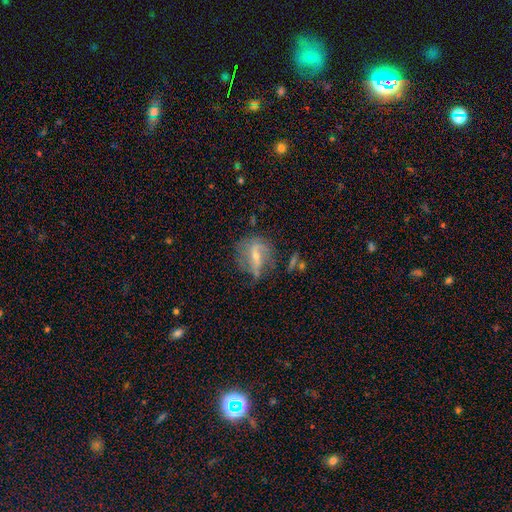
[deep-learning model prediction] This is likely a featured or disk galaxy (68%). It is clearly not viewed edge-on (93%). Bar: marginally weak (44%). Spiral arm pattern: likely yes (72%). Central bulge: possibly small (52%). Merging: possibly none (50%).